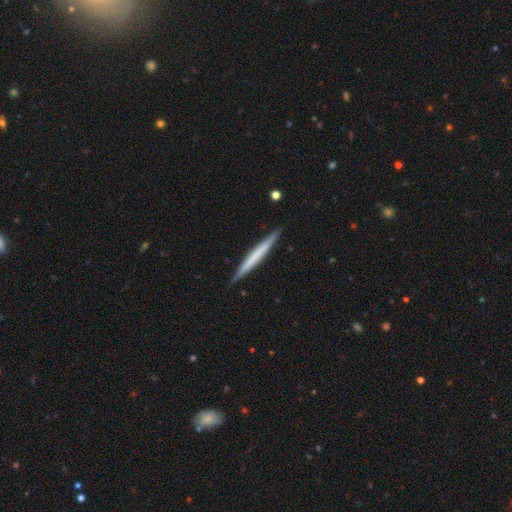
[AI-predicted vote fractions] This is possibly a smooth galaxy (53%). How rounded: clearly cigar-shaped (97%). Merging: clearly none (91%).